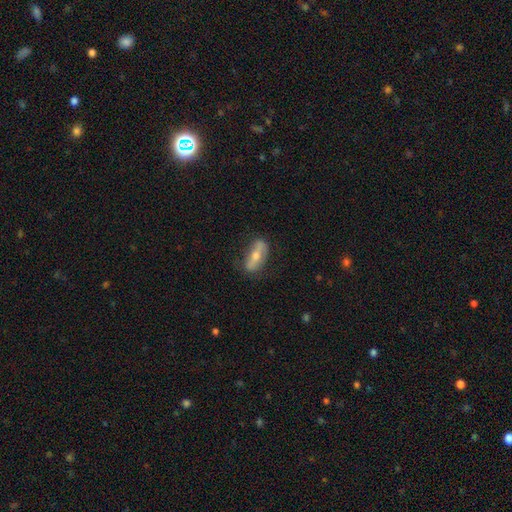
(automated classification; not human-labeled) Morphology: type=featured or disk (53%); edge-on=no (60%); merging=none (77%).